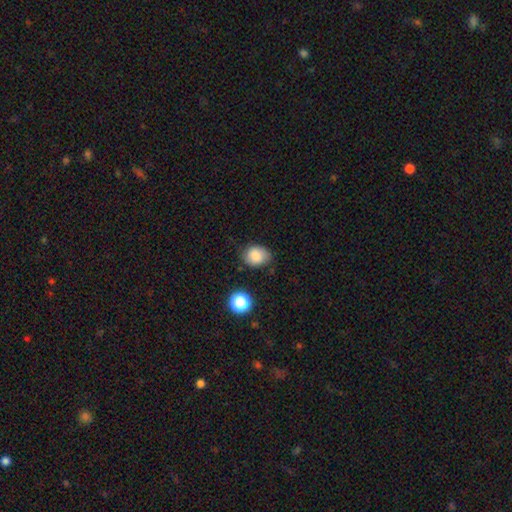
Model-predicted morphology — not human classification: Smooth or featured? smooth (81%)
How rounded? in between (53%)
Merging? none (71%)